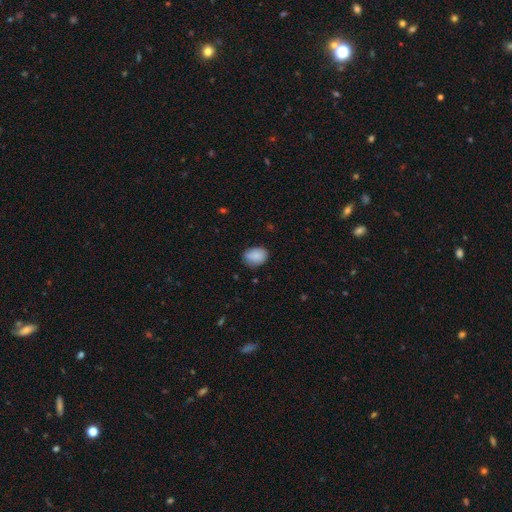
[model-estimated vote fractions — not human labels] The model was most divided on "how rounded": in between: 67%, round: 32%, cigar-shaped: 1%. More confident: smooth or featured — smooth (84%); merging — none (69%).